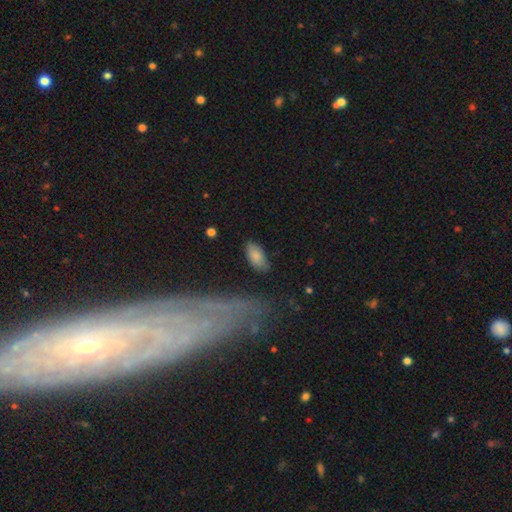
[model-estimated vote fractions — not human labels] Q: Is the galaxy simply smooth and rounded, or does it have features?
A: smooth — 80%.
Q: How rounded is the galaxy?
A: in between — 92%.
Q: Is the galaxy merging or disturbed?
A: none — 76%.